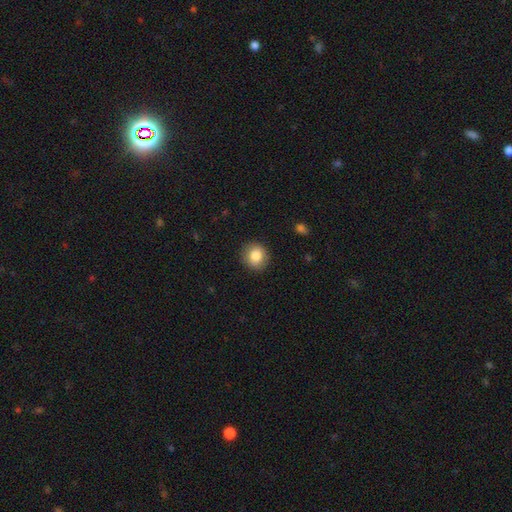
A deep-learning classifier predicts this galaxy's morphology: This appears to be a smooth galaxy with no disk features (84%) that is round (89%). Merging: none (90%).